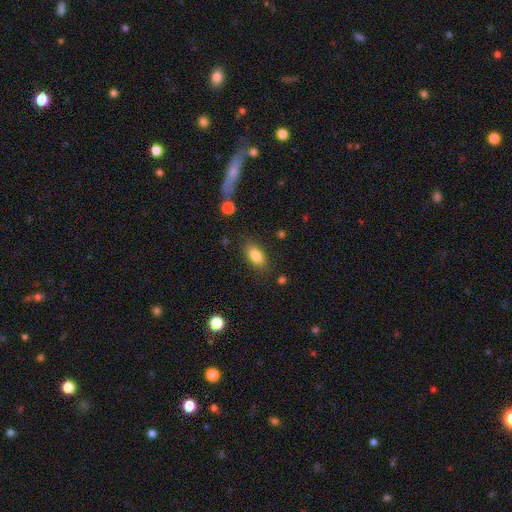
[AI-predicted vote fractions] smooth-or-featured: smooth: 84% | star or artifact: 8% | featured or disk: 7%
  how-rounded: in between: 89% | round: 7% | cigar-shaped: 5%
  merging: none: 82% | minor disturbance: 12% | major disturbance: 4% | merger: 2%